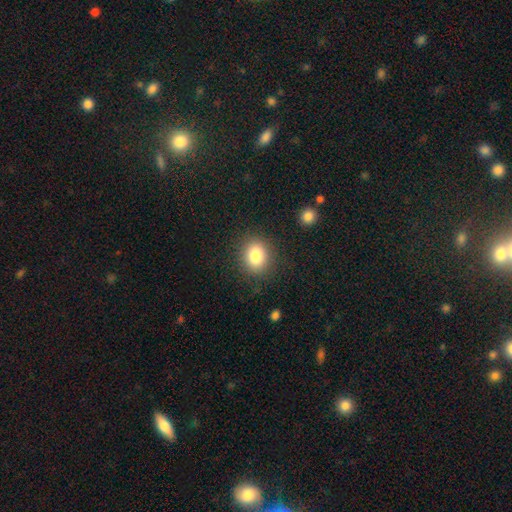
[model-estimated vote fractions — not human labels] Morphology: type=smooth (82%); roundness=round (64%); merging=none (87%).